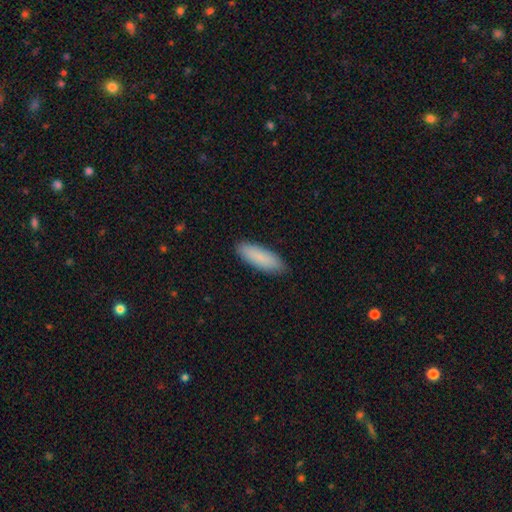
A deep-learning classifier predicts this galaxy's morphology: smooth 87%, featured or disk 7%, star or artifact 6%. Down the decision tree: how rounded — in between (54%); merging — none (89%).